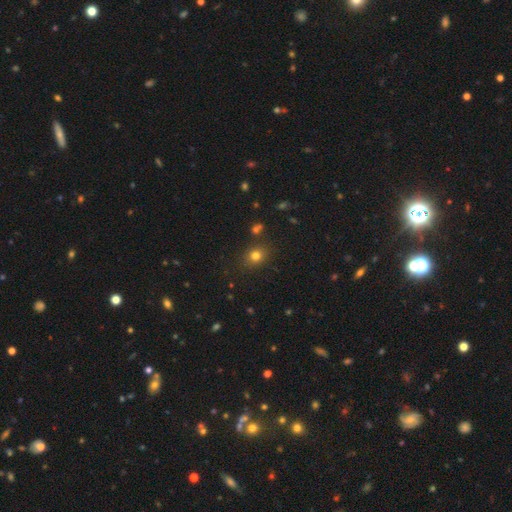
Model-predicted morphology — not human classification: Q: Smooth or featured?
A: smooth (76%); runner-up: star or artifact (16%)
Q: How rounded?
A: round (65%); runner-up: in between (34%)
Q: Merging?
A: none (82%); runner-up: minor disturbance (10%)